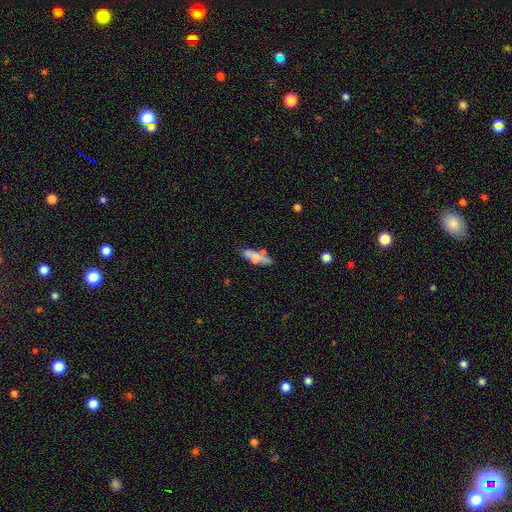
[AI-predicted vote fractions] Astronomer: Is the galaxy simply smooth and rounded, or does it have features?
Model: smooth — 60%.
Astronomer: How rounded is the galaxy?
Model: in between — 49% (runner-up: cigar-shaped, 48%).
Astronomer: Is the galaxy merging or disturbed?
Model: none — 56%.